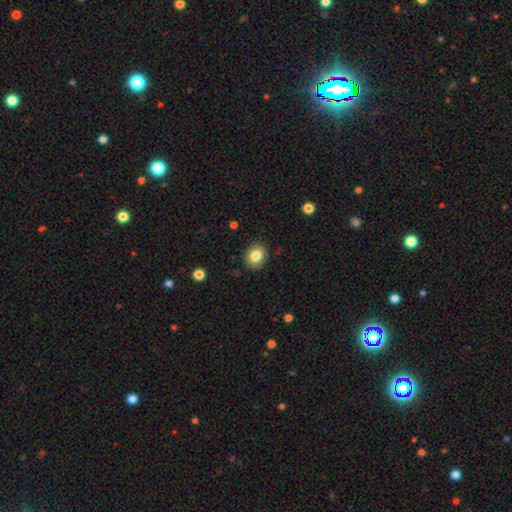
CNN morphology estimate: The model was most divided on "how rounded": round: 50%, in between: 49%, cigar-shaped: 1%. More confident: merging — none (87%); smooth or featured — smooth (82%).